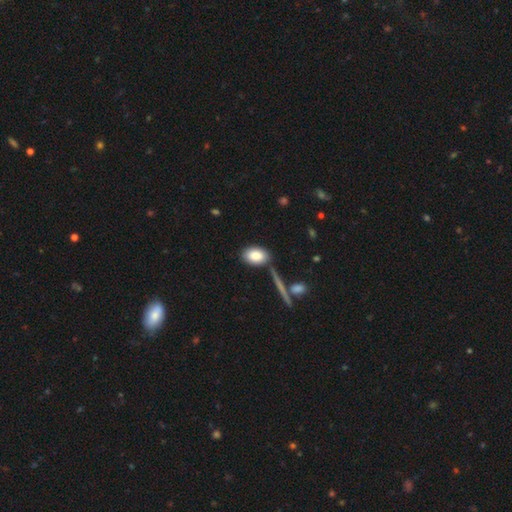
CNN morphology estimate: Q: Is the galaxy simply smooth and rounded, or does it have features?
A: smooth — 85%.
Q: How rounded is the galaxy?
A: in between — 89%.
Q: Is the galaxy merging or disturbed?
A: none — 76%.